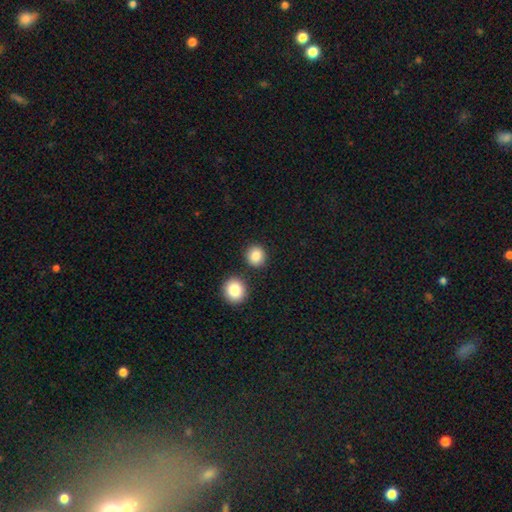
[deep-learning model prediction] Morphology: type=smooth (87%); roundness=round (88%); merging=none (85%).